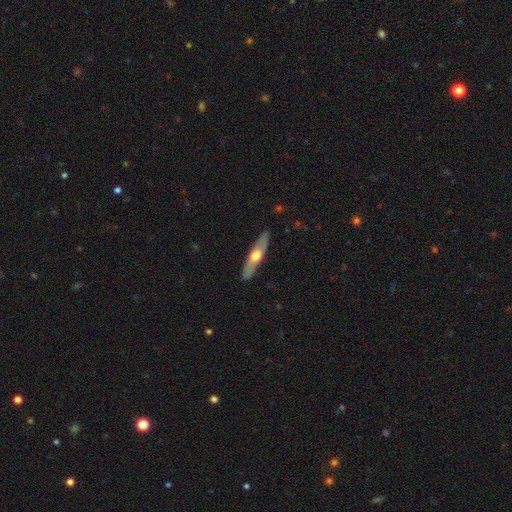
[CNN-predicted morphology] The model was most divided on "smooth or featured": featured or disk: 53%, smooth: 42%, star or artifact: 5%. More confident: merging — none (88%); edge-on disk — yes (80%).